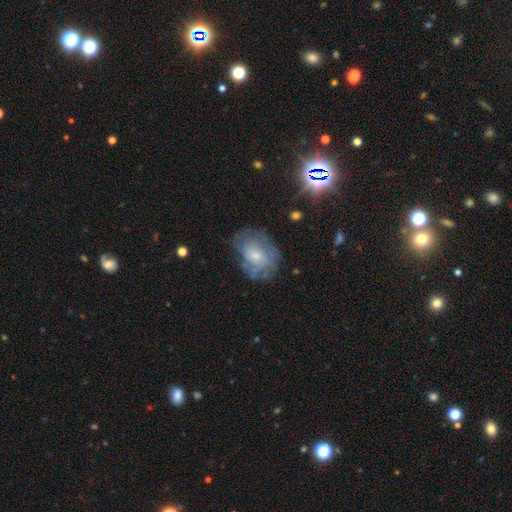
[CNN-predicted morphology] Smooth or featured? Predicted: featured or disk (p=0.52). Edge-on disk? Predicted: no (p=0.96). Merging? Predicted: none (p=0.59).